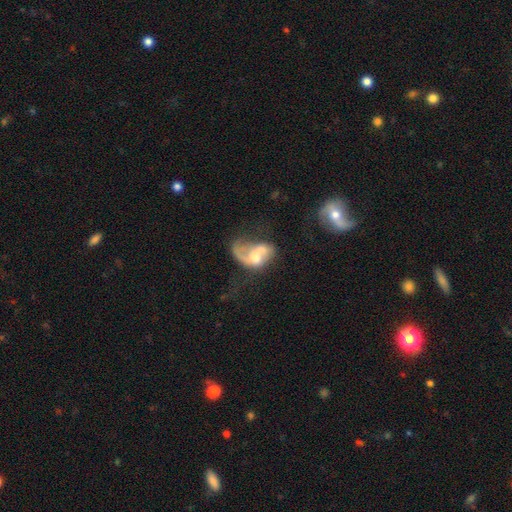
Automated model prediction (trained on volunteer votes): This is likely a featured or disk galaxy (60%). It is clearly not viewed edge-on (97%). Bar: likely no (69%). Spiral arm pattern: possibly yes (56%). Central bulge: possibly moderate (45%). Merging: marginally major disturbance (39%).